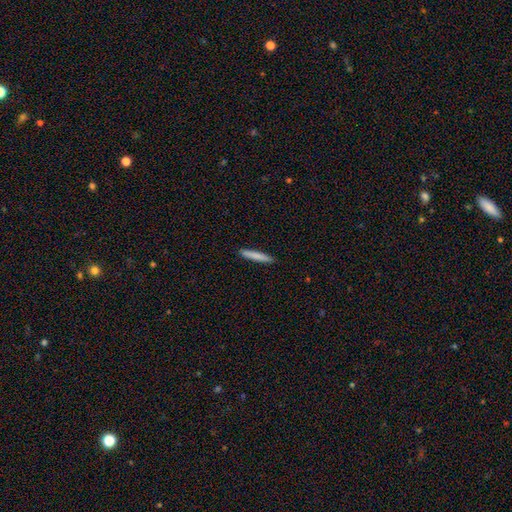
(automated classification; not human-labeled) A smooth galaxy with no disk features (81%) that is cigar-shaped (95%).

Vote fractions:
- Smooth or featured? smooth: 81% / featured or disk: 13% / star or artifact: 6%
- How rounded? cigar-shaped: 95% / in between: 4% / round: 1%
- Merging? none: 92% / minor disturbance: 6% / major disturbance: 1% / merger: 1%